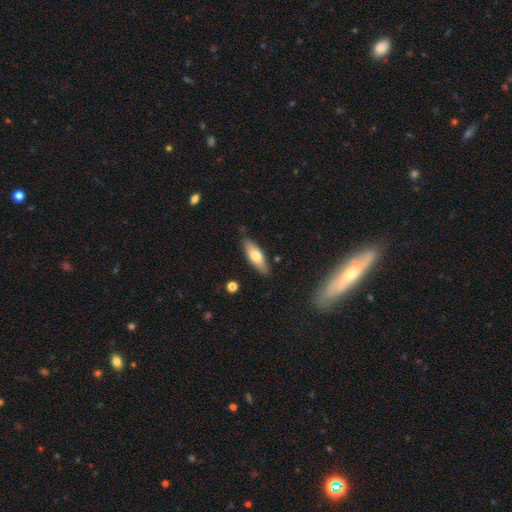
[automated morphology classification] A smooth galaxy with no disk features (64%) that is in between round and cigar-shaped (58%).

Vote fractions:
- Smooth or featured? smooth: 64% / featured or disk: 30% / star or artifact: 6%
- How rounded? in between: 58% / cigar-shaped: 40% / round: 2%
- Merging? none: 83% / minor disturbance: 12% / major disturbance: 2% / merger: 2%